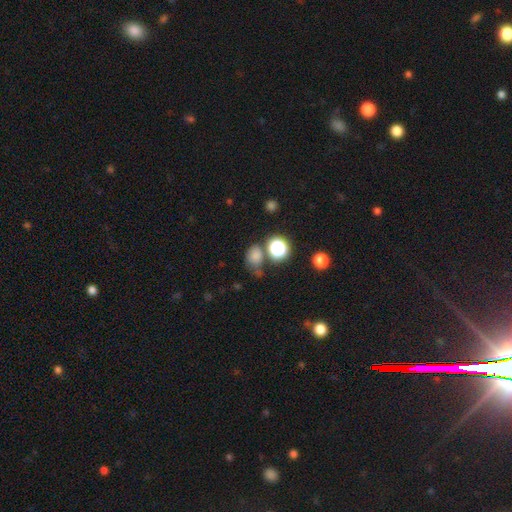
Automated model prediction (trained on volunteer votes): smooth-or-featured: smooth: 73% | star or artifact: 19% | featured or disk: 8%
  how-rounded: round: 54% | in between: 44% | cigar-shaped: 1%
  merging: none: 50% | minor disturbance: 22% | merger: 16% | major disturbance: 12%